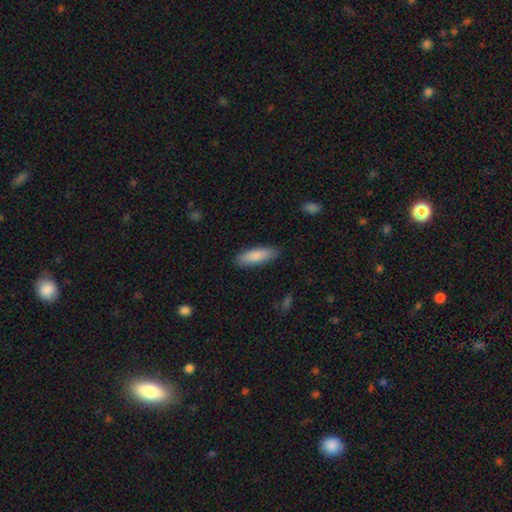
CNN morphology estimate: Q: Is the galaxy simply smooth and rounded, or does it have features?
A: smooth — 86%.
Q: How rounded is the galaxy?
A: cigar-shaped — 50%.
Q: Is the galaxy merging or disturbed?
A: none — 88%.